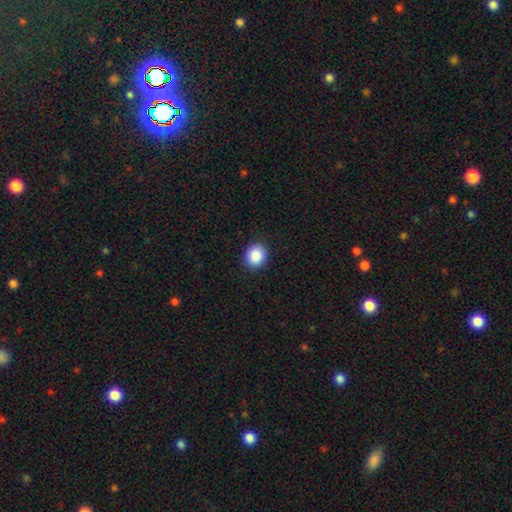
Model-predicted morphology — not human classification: The model was most divided on "how rounded": round: 73%, in between: 26%, cigar-shaped: 1%. More confident: merging — none (91%); smooth or featured — smooth (88%).